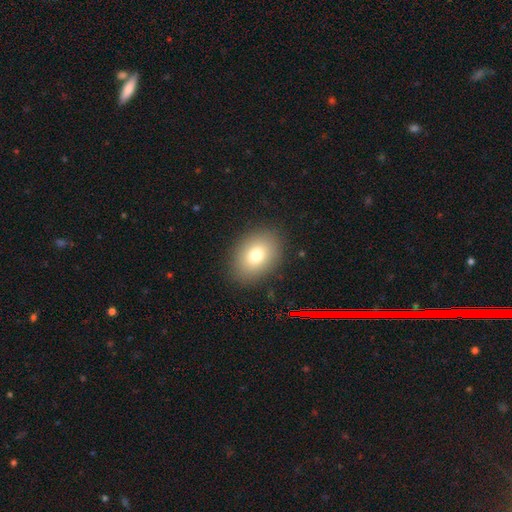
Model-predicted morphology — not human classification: Smooth or featured? smooth (76%)
How rounded? in between (71%)
Merging? none (88%)